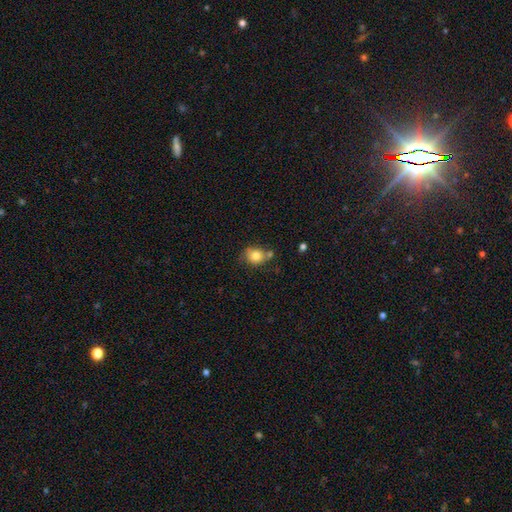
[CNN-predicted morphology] A smooth galaxy with no disk features (80%) that is round (64%).

Vote fractions:
- Smooth or featured? smooth: 80% / featured or disk: 10% / star or artifact: 10%
- How rounded? round: 64% / in between: 35% / cigar-shaped: 1%
- Merging? none: 58% / minor disturbance: 20% / merger: 16% / major disturbance: 5%